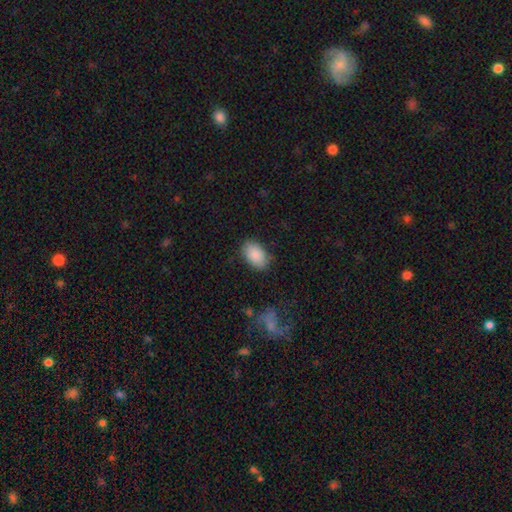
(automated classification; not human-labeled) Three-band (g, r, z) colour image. It shows a smooth galaxy with no disk features (89%) that is in between round and cigar-shaped (90%). Merging: none (82%).